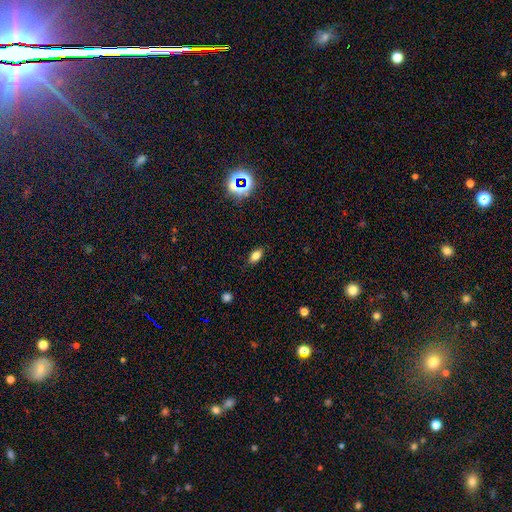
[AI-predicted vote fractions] A smooth galaxy with no disk features (78%) that is in between round and cigar-shaped (87%).

Vote fractions:
- Smooth or featured? smooth: 78% / star or artifact: 13% / featured or disk: 9%
- How rounded? in between: 87% / round: 8% / cigar-shaped: 6%
- Merging? none: 86% / minor disturbance: 10% / major disturbance: 3% / merger: 1%